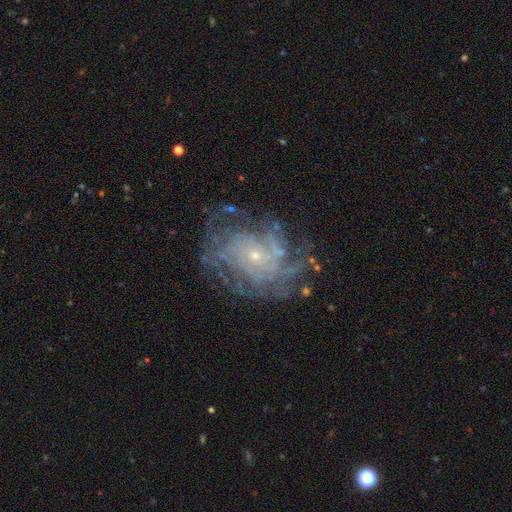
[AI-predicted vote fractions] featured or disk 84%, star or artifact 9%, smooth 7%. Down the decision tree: edge-on disk — no (97%); bar — no (77%); spiral arms — yes (93%); spiral arm count — can't tell (35%); spiral winding — tight (63%); bulge size — small (81%); merging — none (69%).